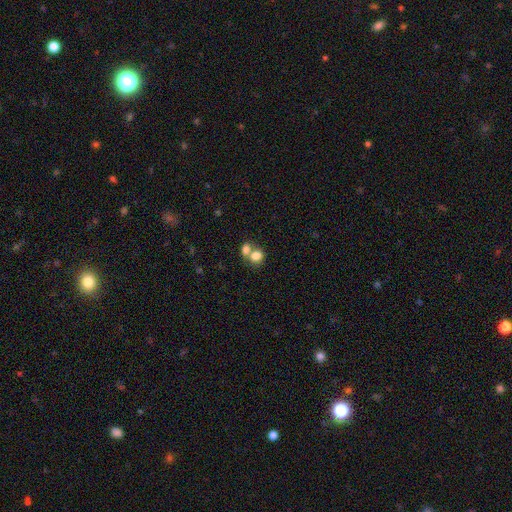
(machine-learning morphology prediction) This appears to be a smooth galaxy with no disk features (79%) that is round (60%). Merging: merger (58%).